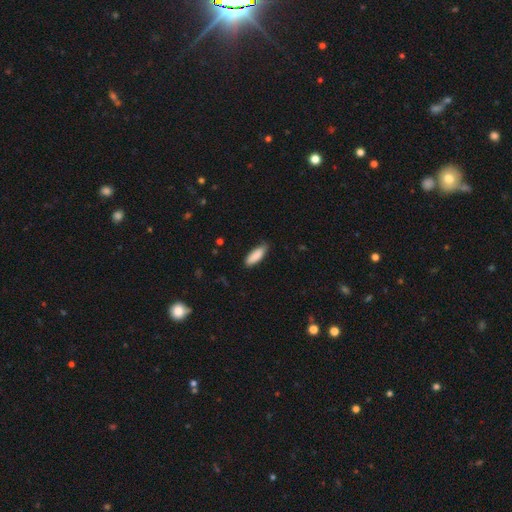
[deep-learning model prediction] Q: Smooth or featured?
A: smooth (89%); runner-up: star or artifact (6%)
Q: How rounded?
A: in between (67%); runner-up: cigar-shaped (31%)
Q: Merging?
A: none (75%); runner-up: minor disturbance (21%)